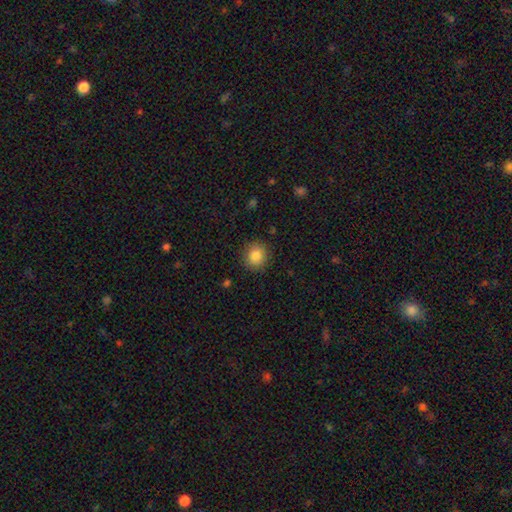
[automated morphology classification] Smooth or featured?
  - smooth: 84% *
  - star or artifact: 10%
  - featured or disk: 6%
How rounded?
  - round: 87% *
  - in between: 12%
  - cigar-shaped: 1%
Merging?
  - none: 88% *
  - minor disturbance: 8%
  - major disturbance: 2%
  - merger: 1%